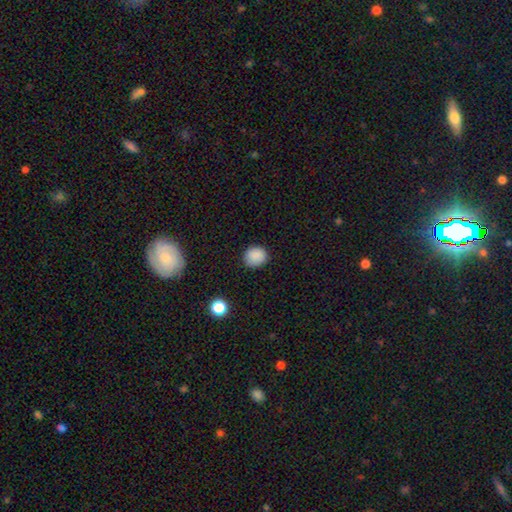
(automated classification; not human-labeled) Smooth or featured: smooth — 87% (star or artifact — 10%)
How rounded: round — 76% (in between — 23%)
Merging: none — 87% (minor disturbance — 9%)